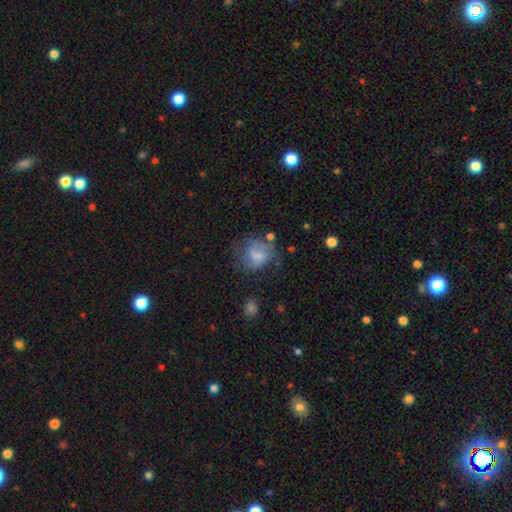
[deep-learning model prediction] This appears to be a smooth galaxy with no disk features (57%) that is round (58%). Merging: none (49%).